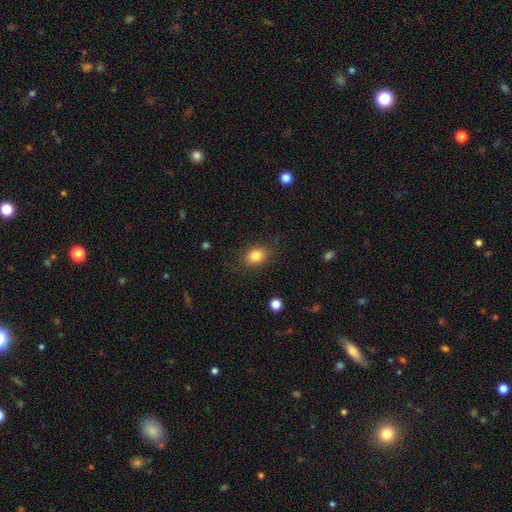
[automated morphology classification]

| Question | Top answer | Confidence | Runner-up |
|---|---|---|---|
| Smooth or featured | smooth | 83% | star or artifact (10%) |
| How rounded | in between | 59% | round (40%) |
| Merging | none | 81% | minor disturbance (13%) |